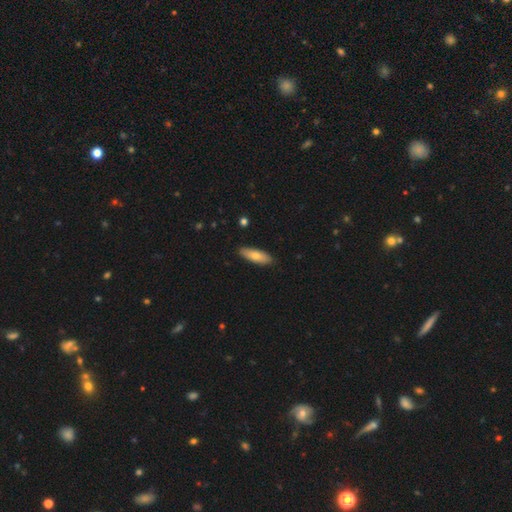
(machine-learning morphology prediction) type=smooth (74%); roundness=in between (59%); merging=none (89%).